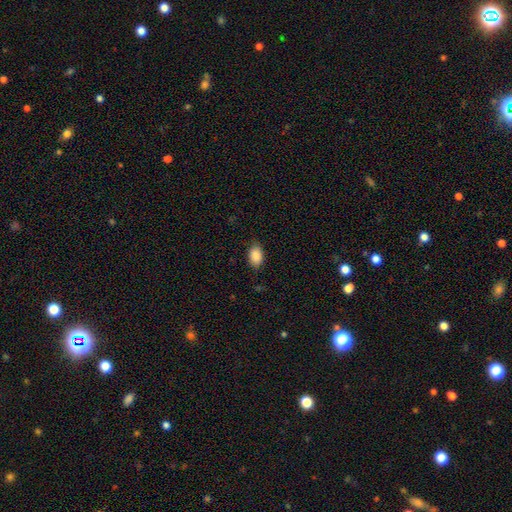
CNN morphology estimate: Smooth or featured?
  - smooth: 89% *
  - star or artifact: 7%
  - featured or disk: 4%
How rounded?
  - in between: 89% *
  - round: 10%
  - cigar-shaped: 1%
Merging?
  - none: 83% *
  - minor disturbance: 13%
  - major disturbance: 3%
  - merger: 1%